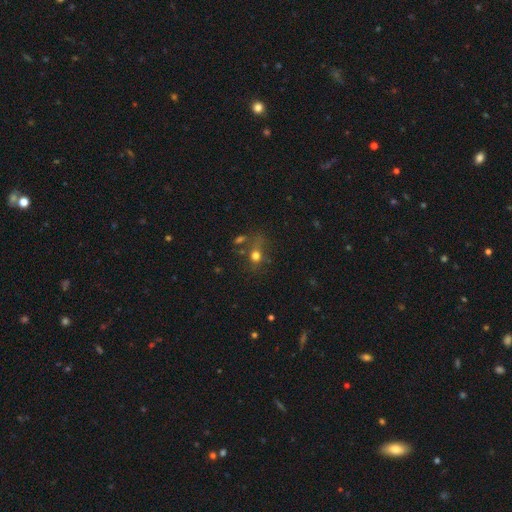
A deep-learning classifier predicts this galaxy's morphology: Smooth or featured?
  - smooth: 63% *
  - star or artifact: 21%
  - featured or disk: 17%
How rounded?
  - round: 67% *
  - in between: 30%
  - cigar-shaped: 3%
Merging?
  - none: 51% *
  - minor disturbance: 19%
  - major disturbance: 16%
  - merger: 15%